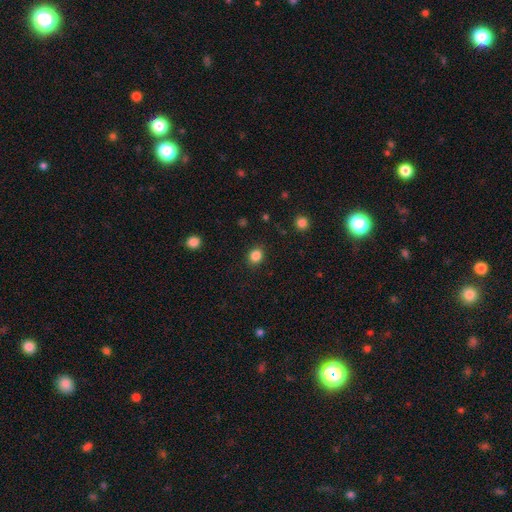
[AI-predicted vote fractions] Overall: smooth (85%). How rounded: round (66%; in between 33%). Merging: none (88%).